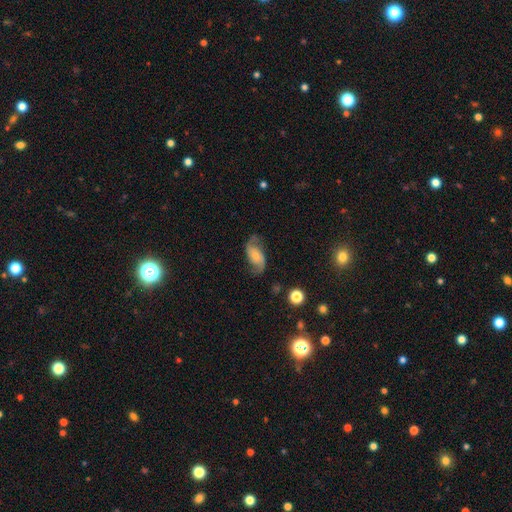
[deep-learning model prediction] Morphology: type=featured or disk (78%); edge-on=no (97%); bar=no (59%); spiral arms=yes (95%); winding=loose (52%); arm count=2 (92%); bulge=small (54%); merging=none (72%).